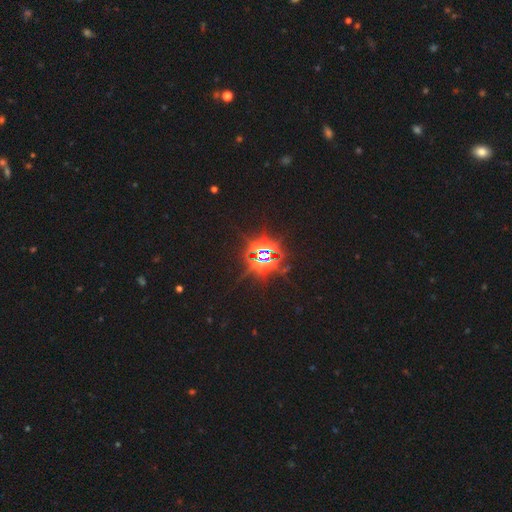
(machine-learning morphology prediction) A star or artifact, not a galaxy (84%).

Vote fractions:
- Smooth or featured? star or artifact: 84% / featured or disk: 8% / smooth: 8%